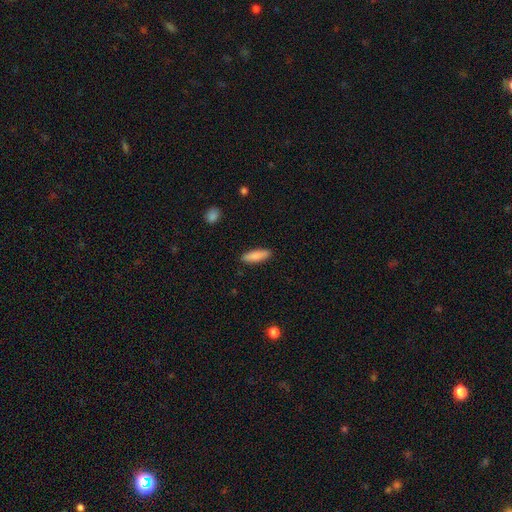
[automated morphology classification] smooth-or-featured: smooth: 85% | featured or disk: 9% | star or artifact: 6%
  how-rounded: cigar-shaped: 58% | in between: 40% | round: 2%
  merging: none: 89% | minor disturbance: 8% | major disturbance: 2% | merger: 1%